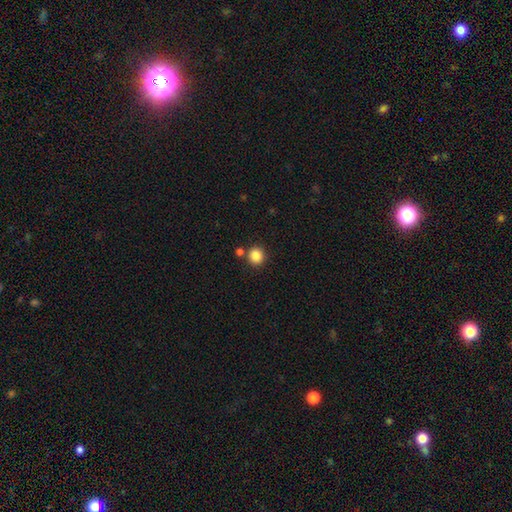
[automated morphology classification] Overall: smooth (85%). How rounded: round (89%). Merging: none (81%).